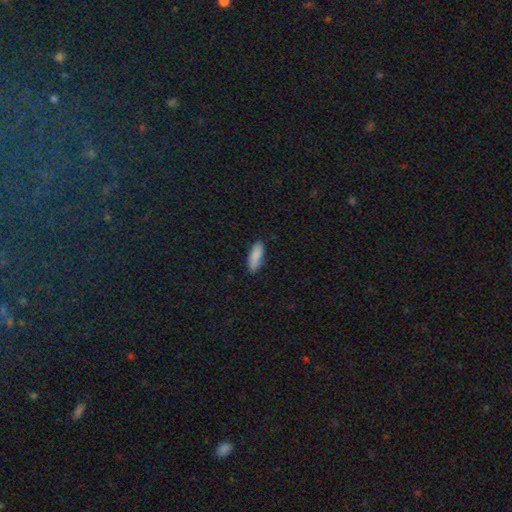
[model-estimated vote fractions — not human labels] Morphology: type=smooth (88%); roundness=in between (66%); merging=none (84%).